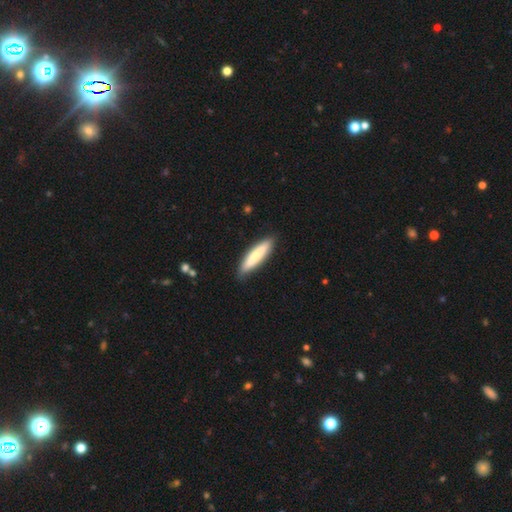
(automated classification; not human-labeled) smooth 69%, featured or disk 26%, star or artifact 5%. Down the decision tree: how rounded — cigar-shaped (76%); merging — none (87%).